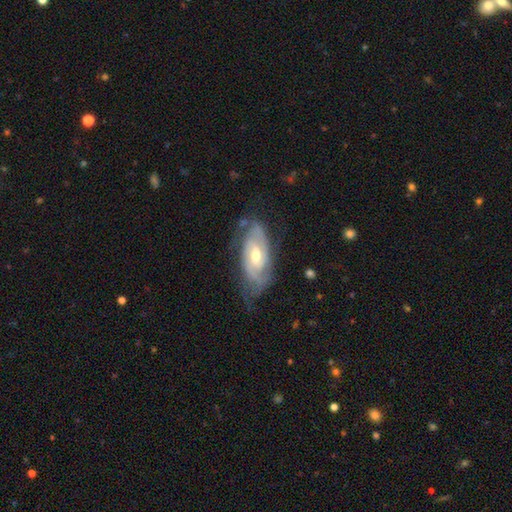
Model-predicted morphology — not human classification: Smooth or featured: featured or disk — 82% (smooth — 12%)
Edge-on disk: no — 92% (yes — 8%)
Bar: weak — 50% (no — 34%)
Spiral arms: yes — 93% (no — 7%)
Spiral winding: tight — 57% (medium — 33%)
Spiral arm count: 2 — 54% (can't tell — 26%)
Bulge size: moderate — 67% (small — 27%)
Merging: none — 65% (minor disturbance — 24%)